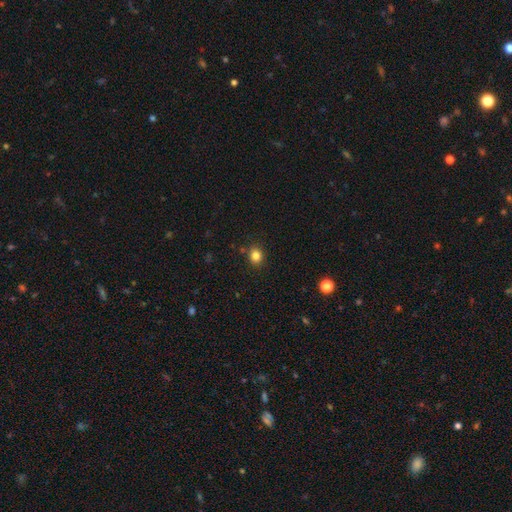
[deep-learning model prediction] smooth-or-featured: smooth: 83% | star or artifact: 12% | featured or disk: 5%
  how-rounded: round: 68% | in between: 31% | cigar-shaped: 1%
  merging: none: 87% | minor disturbance: 9% | merger: 2% | major disturbance: 2%